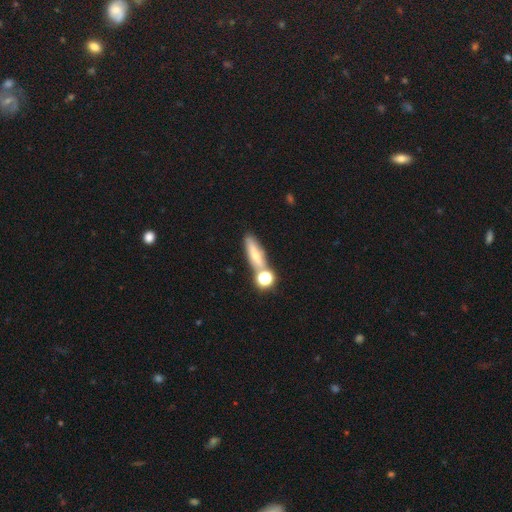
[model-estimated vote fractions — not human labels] Morphology: type=smooth (53%); roundness=cigar-shaped (49%); merging=none (61%).